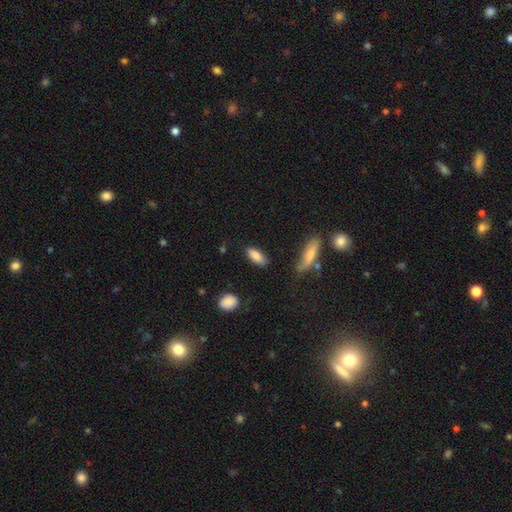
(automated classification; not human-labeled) A smooth galaxy with no disk features (85%) that is in between round and cigar-shaped (78%). Merging: none (77%).